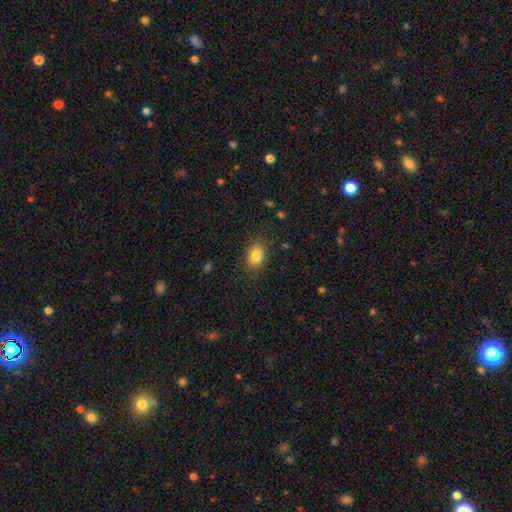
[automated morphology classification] Smooth or featured?
  - smooth: 84% *
  - star or artifact: 9%
  - featured or disk: 7%
How rounded?
  - in between: 79% *
  - round: 20%
  - cigar-shaped: 1%
Merging?
  - none: 83% *
  - minor disturbance: 12%
  - major disturbance: 4%
  - merger: 1%